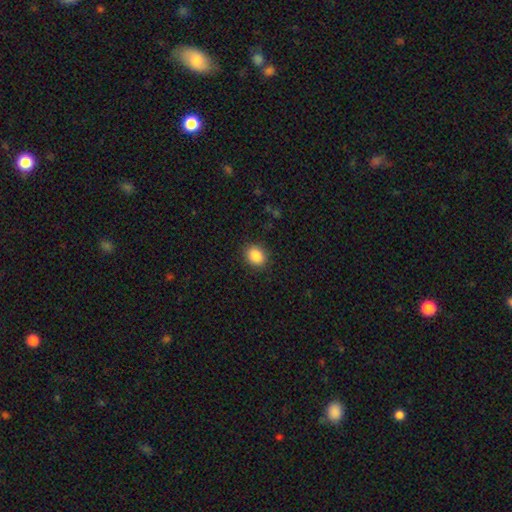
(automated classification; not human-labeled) Overall: smooth (88%). How rounded: in between (50%; round 49%). Merging: none (88%).